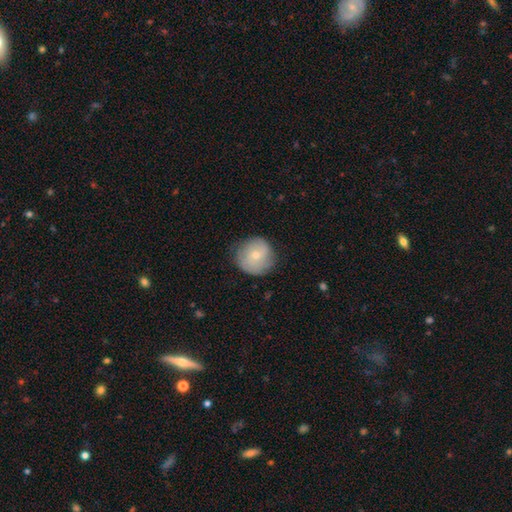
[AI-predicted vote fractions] Overall: smooth (56%; featured or disk 37%). How rounded: round (90%). Merging: none (76%).